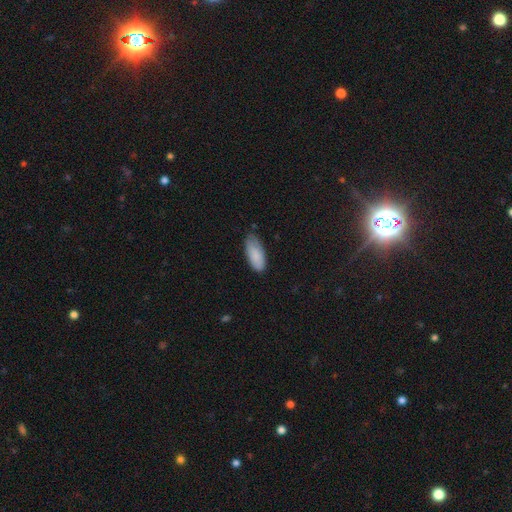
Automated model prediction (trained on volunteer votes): Smooth or featured? smooth (85%)
How rounded? in between (87%)
Merging? none (56%)